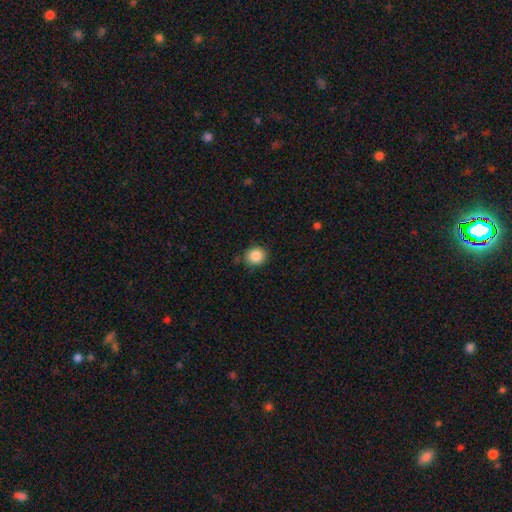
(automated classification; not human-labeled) This appears to be a smooth galaxy with no disk features (86%) that is round (86%). Merging: none (86%).